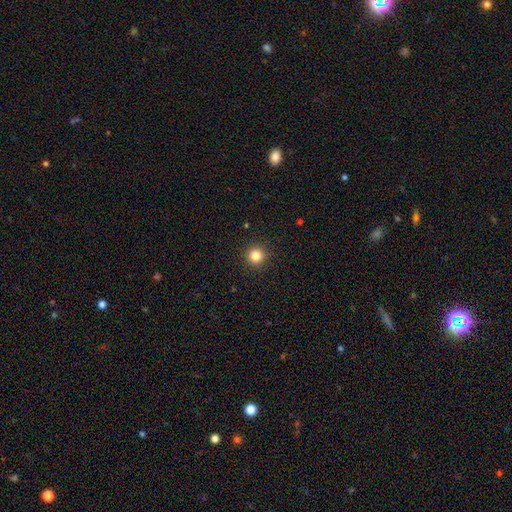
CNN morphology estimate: smooth 83%, star or artifact 12%, featured or disk 5%. Down the decision tree: how rounded — round (96%); merging — none (93%).